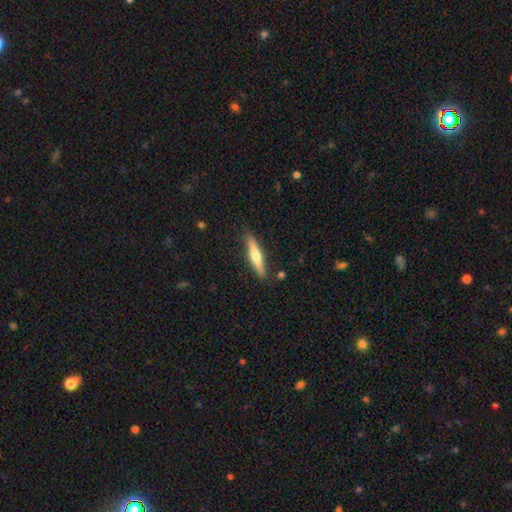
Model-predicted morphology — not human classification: Smooth or featured: smooth — 48% (featured or disk — 47%)
Merging: none — 87% (minor disturbance — 9%)